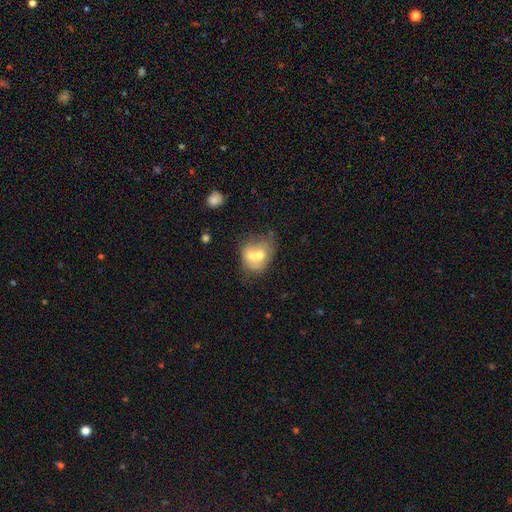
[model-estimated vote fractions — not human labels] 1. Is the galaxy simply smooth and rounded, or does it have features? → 61% smooth, 31% featured or disk, 8% star or artifact.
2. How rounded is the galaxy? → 55% round, 44% in between, 1% cigar-shaped.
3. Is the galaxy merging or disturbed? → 66% merger, 20% none, 9% minor disturbance, 5% major disturbance.